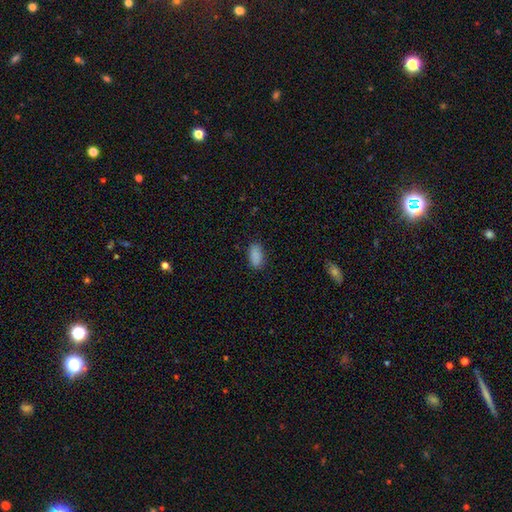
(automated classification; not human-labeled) Morphology: type=smooth (88%); roundness=in between (92%); merging=none (84%).